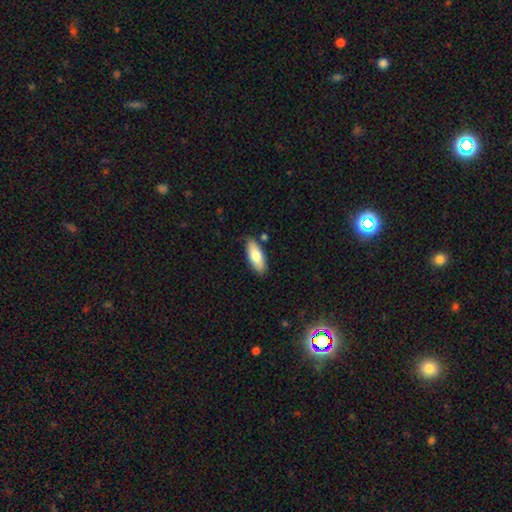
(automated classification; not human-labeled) Smooth or featured? smooth (77%)
How rounded? in between (76%)
Merging? none (81%)